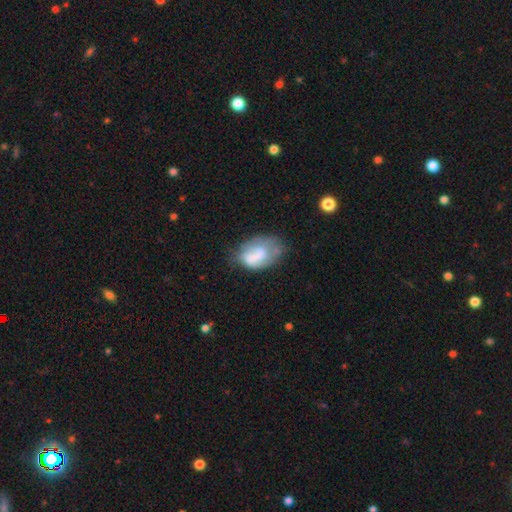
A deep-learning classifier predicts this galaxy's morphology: The model was most divided on "merging": none: 36%, minor disturbance: 32%, major disturbance: 25%, merger: 7%. More confident: how rounded — in between (84%); smooth or featured — smooth (54%).